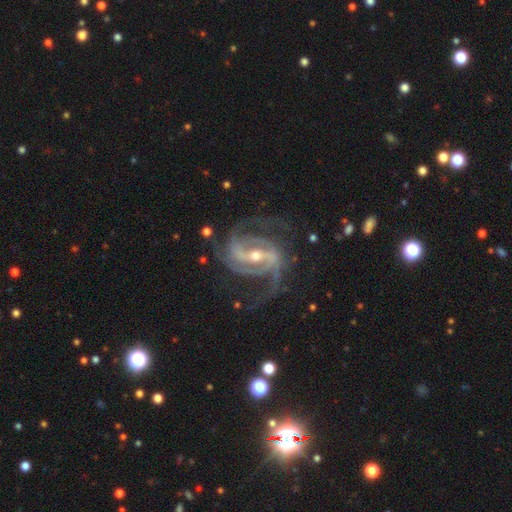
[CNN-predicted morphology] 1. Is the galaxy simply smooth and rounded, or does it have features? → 92% featured or disk, 5% star or artifact, 3% smooth.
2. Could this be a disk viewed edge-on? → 97% no, 3% yes.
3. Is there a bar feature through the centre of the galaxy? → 64% strong, 27% weak, 9% no.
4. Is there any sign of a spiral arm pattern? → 98% yes, 2% no.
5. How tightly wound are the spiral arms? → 54% medium, 28% tight, 18% loose.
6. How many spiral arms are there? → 65% 2, 16% 3, 6% can't tell, 5% 4, 4% 1, 4% more than 4.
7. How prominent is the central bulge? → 53% small, 43% moderate, 2% large, 1% none, 1% dominant.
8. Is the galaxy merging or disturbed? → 69% none, 16% minor disturbance, 12% major disturbance, 2% merger.